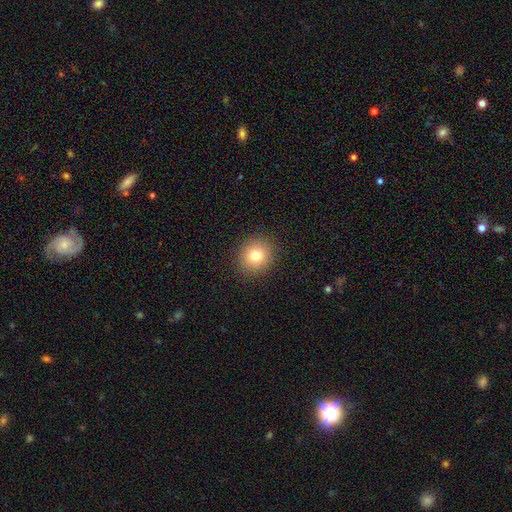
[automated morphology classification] Overall: smooth (79%). How rounded: round (83%). Merging: none (90%).